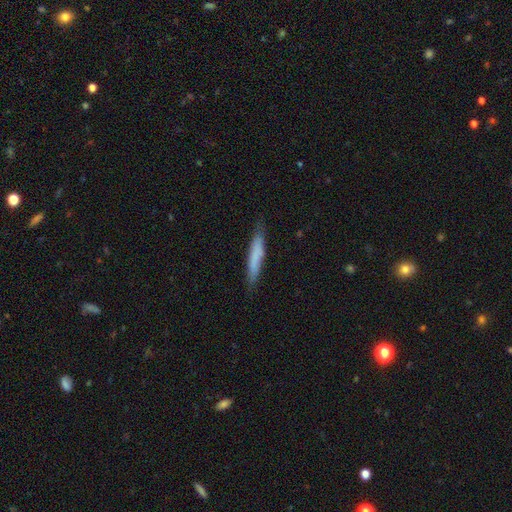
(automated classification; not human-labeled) Smooth or featured?
  - smooth: 71% *
  - featured or disk: 23%
  - star or artifact: 6%
How rounded?
  - cigar-shaped: 93% *
  - in between: 6%
  - round: 1%
Merging?
  - none: 81% *
  - minor disturbance: 15%
  - major disturbance: 3%
  - merger: 1%